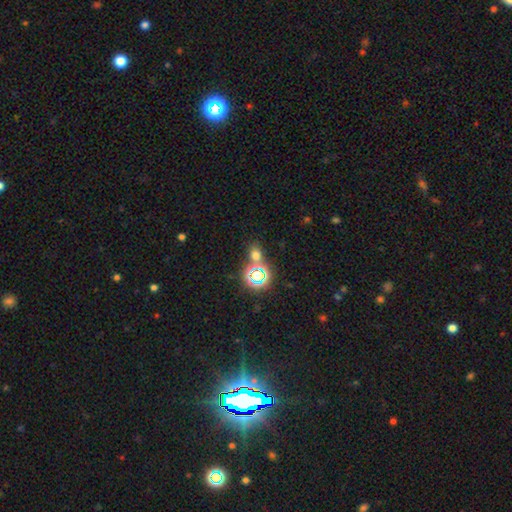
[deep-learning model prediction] smooth-or-featured: smooth: 57% | star or artifact: 35% | featured or disk: 7%
  how-rounded: round: 62% | in between: 37% | cigar-shaped: 2%
  merging: none: 69% | merger: 18% | minor disturbance: 9% | major disturbance: 4%